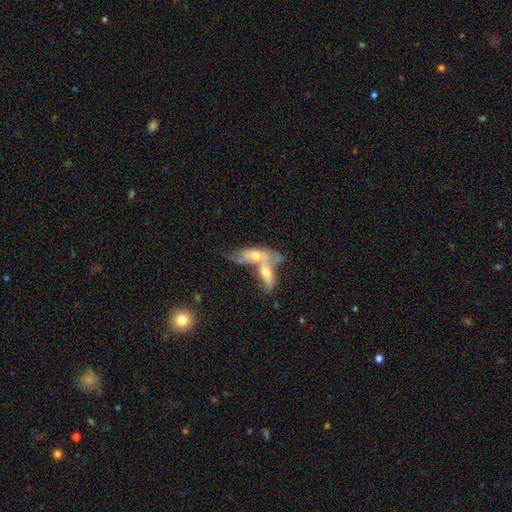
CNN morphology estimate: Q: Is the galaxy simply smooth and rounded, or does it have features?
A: featured or disk — 49%.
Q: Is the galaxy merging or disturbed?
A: merger — 69%.